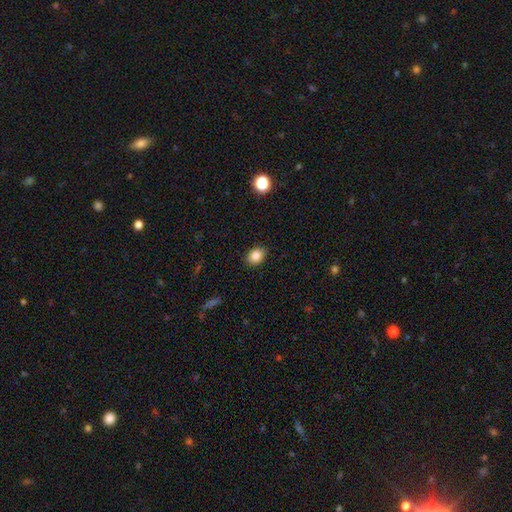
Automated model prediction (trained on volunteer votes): Smooth or featured? Predicted: smooth (p=0.85). How rounded? Predicted: in between (p=0.62). Merging? Predicted: none (p=0.89).